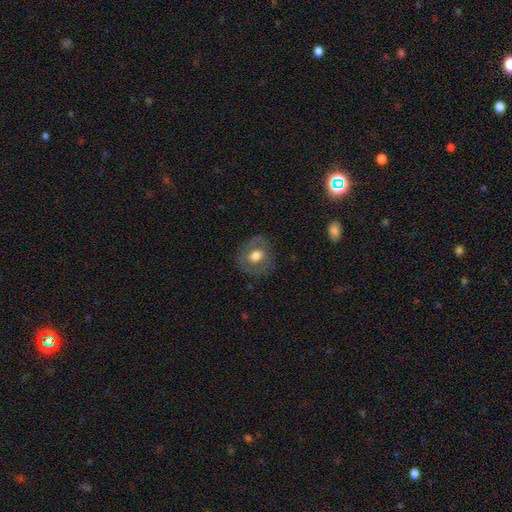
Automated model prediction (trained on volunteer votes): A smooth galaxy with no disk features (54%) that is round (73%). Merging: none (78%).